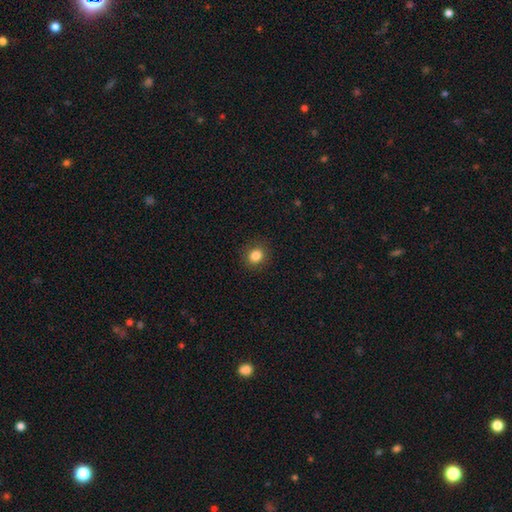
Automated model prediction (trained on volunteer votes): smooth 84%, star or artifact 11%, featured or disk 5%. Down the decision tree: how rounded — round (70%); merging — none (89%).